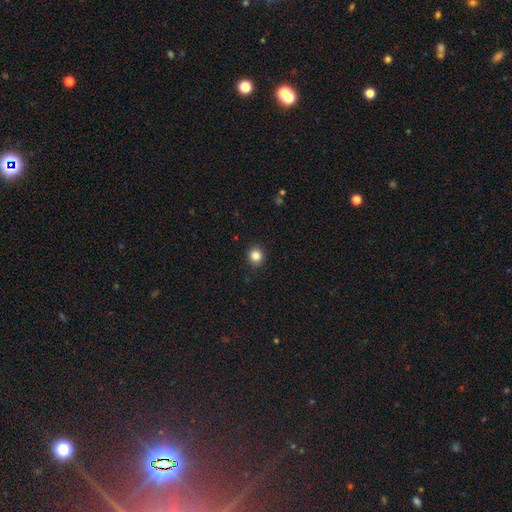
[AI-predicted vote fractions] smooth 84%, star or artifact 11%, featured or disk 4%. Down the decision tree: how rounded — round (89%); merging — none (92%).